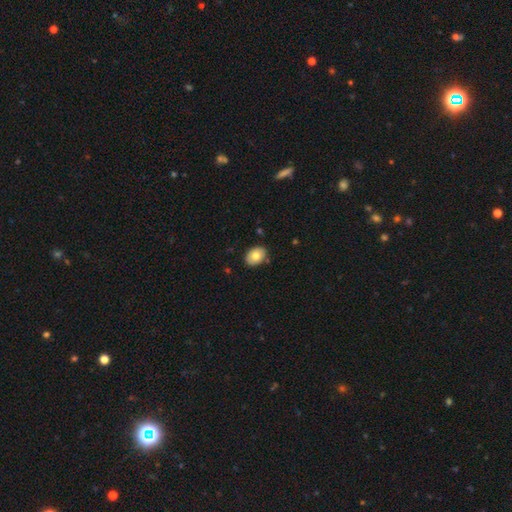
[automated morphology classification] Smooth or featured? smooth (77%)
How rounded? in between (81%)
Merging? none (85%)